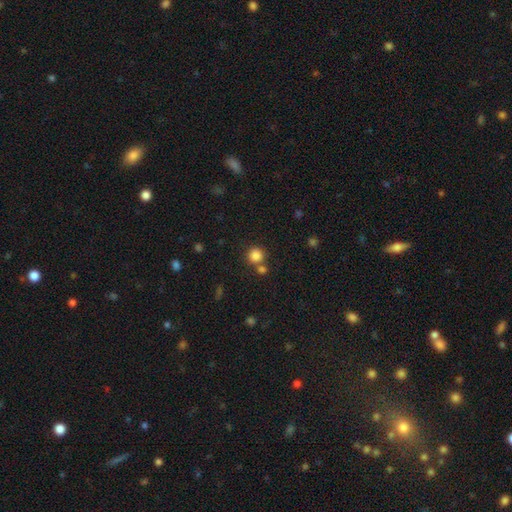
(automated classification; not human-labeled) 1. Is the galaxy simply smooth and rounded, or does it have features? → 84% smooth, 11% star or artifact, 5% featured or disk.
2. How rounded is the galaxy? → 93% round, 6% in between, 1% cigar-shaped.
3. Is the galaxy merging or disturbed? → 69% none, 20% merger, 8% minor disturbance, 3% major disturbance.